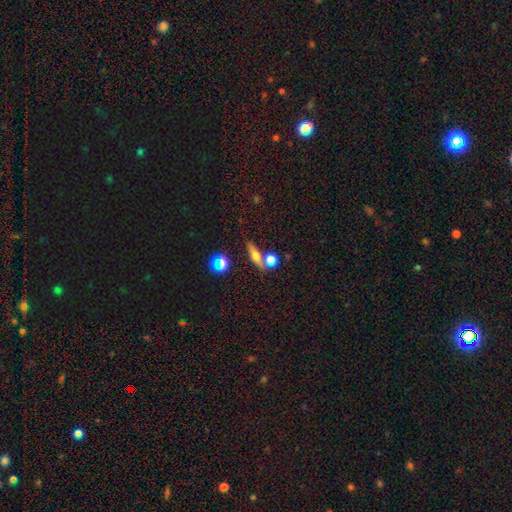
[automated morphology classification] smooth-or-featured: smooth: 50% | featured or disk: 34% | star or artifact: 15%
  how-rounded: cigar-shaped: 43% | in between: 35% | round: 22%
  merging: none: 60% | merger: 23% | minor disturbance: 12% | major disturbance: 6%